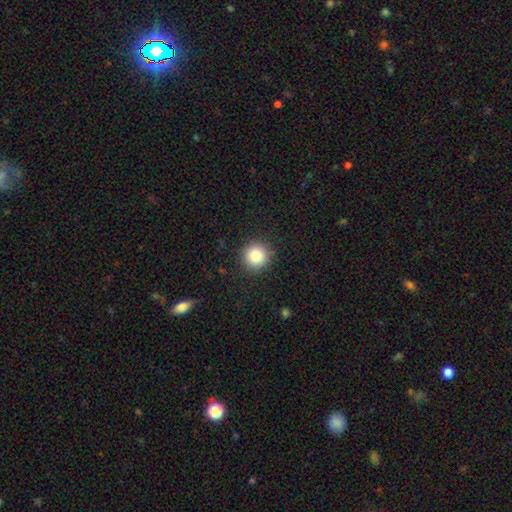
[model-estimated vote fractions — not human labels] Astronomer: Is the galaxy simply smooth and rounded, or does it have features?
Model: smooth — 84%.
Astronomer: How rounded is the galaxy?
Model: round — 95%.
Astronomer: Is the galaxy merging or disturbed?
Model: none — 91%.